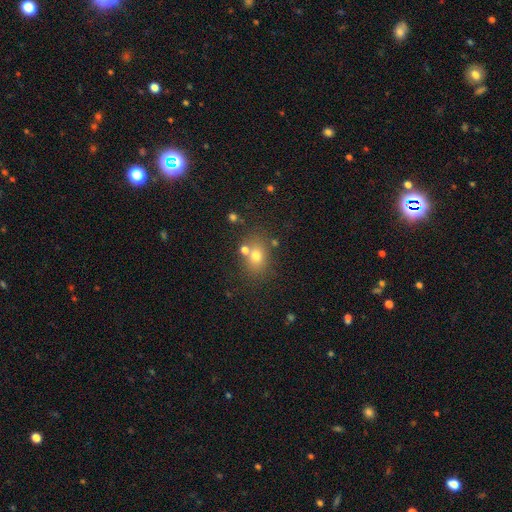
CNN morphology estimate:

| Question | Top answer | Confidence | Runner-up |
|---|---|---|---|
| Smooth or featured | smooth | 71% | star or artifact (16%) |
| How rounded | in between | 51% | round (47%) |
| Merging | none | 65% | merger (17%) |